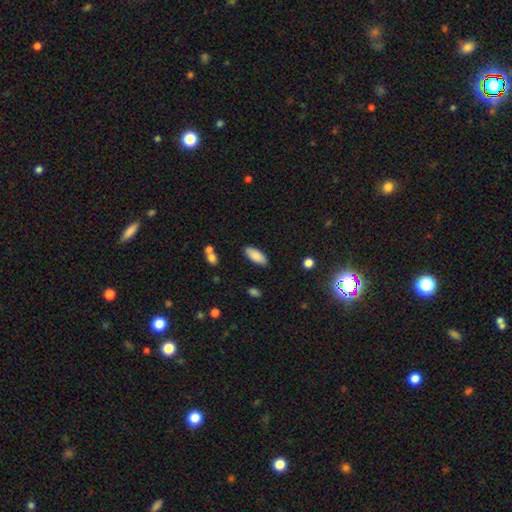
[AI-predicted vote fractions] The model was most divided on "how rounded": in between: 83%, cigar-shaped: 15%, round: 2%. More confident: smooth or featured — smooth (87%); merging — none (86%).